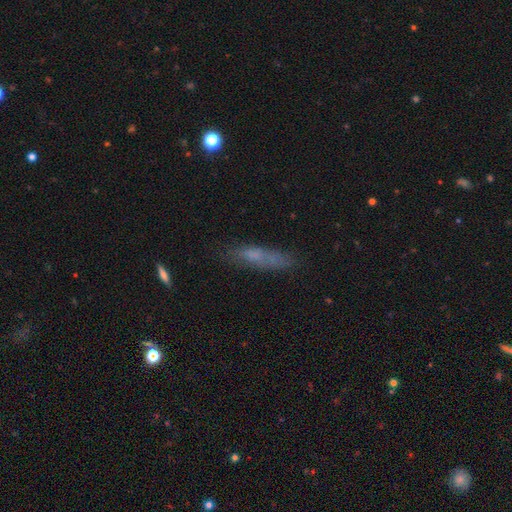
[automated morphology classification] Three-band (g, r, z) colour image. It shows a smooth galaxy with no disk features (62%) that is cigar-shaped (74%). Merging: none (67%).